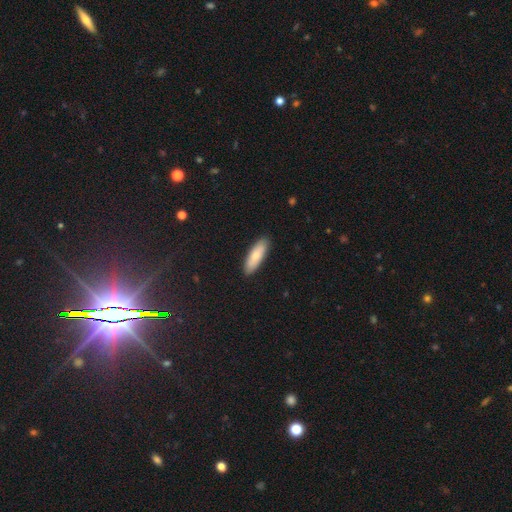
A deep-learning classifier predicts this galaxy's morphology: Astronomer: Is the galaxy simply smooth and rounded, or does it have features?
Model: smooth — 79%.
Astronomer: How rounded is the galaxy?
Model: in between — 57% (runner-up: cigar-shaped, 41%).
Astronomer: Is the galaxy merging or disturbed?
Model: none — 89%.